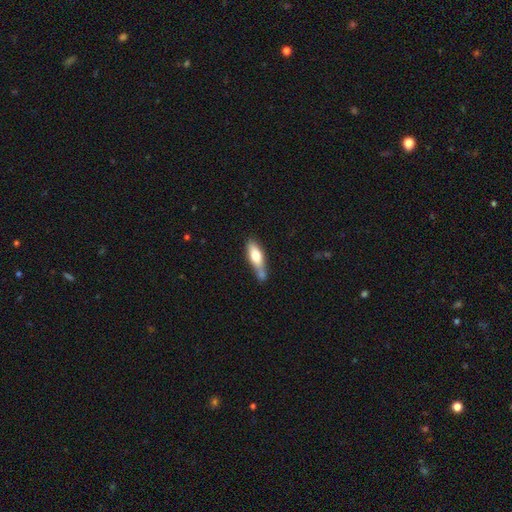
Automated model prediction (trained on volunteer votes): Smooth or featured? Predicted: smooth (p=0.68). How rounded? Predicted: in between (p=0.53). Merging? Predicted: none (p=0.42).